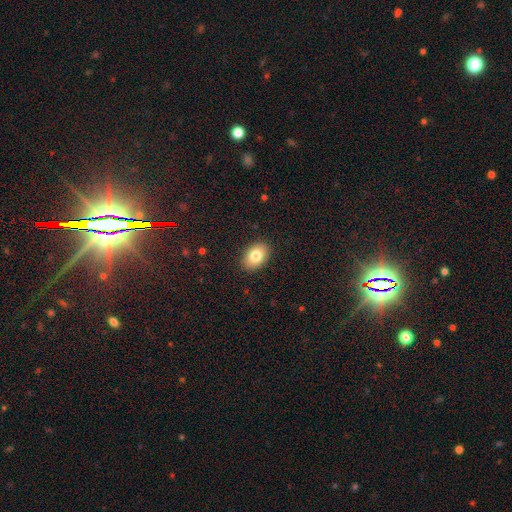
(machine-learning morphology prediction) This appears to be a smooth galaxy with no disk features (81%) that is in between round and cigar-shaped (82%). Merging: none (89%).